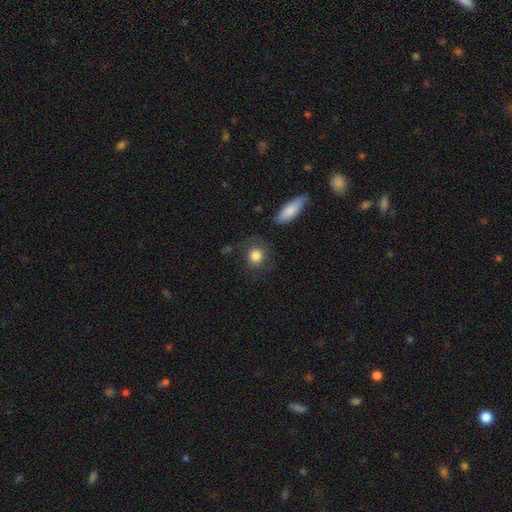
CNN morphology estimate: Q: Smooth or featured?
A: smooth (73%); runner-up: featured or disk (19%)
Q: How rounded?
A: round (83%); runner-up: in between (16%)
Q: Merging?
A: none (64%); runner-up: minor disturbance (18%)